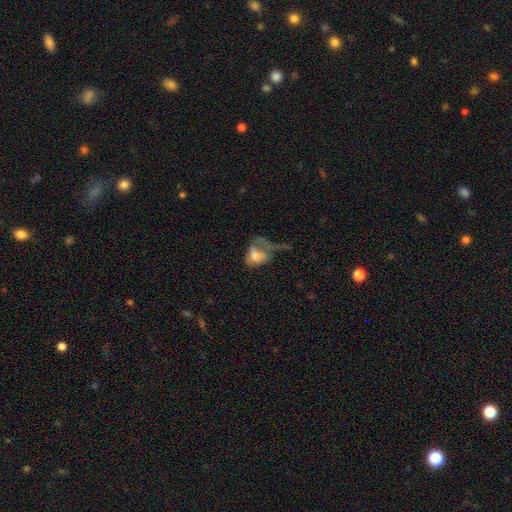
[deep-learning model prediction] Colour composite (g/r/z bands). It shows a smooth galaxy with no disk features (59%) that is in between round and cigar-shaped (72%). Merging: major disturbance (55%).